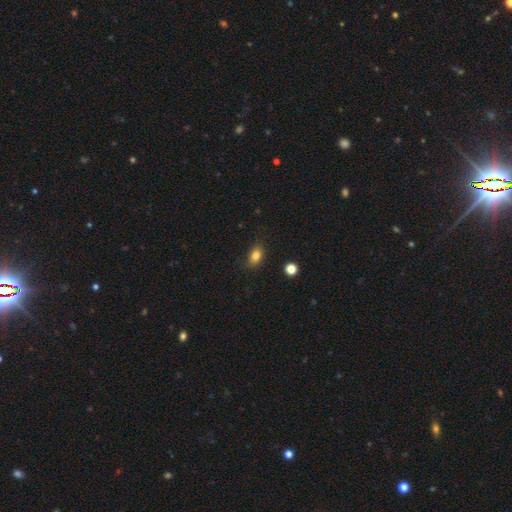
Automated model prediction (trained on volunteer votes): Smooth or featured?
  - smooth: 83% *
  - star or artifact: 11%
  - featured or disk: 6%
How rounded?
  - in between: 80% *
  - round: 18%
  - cigar-shaped: 2%
Merging?
  - none: 76% *
  - minor disturbance: 18%
  - major disturbance: 4%
  - merger: 2%